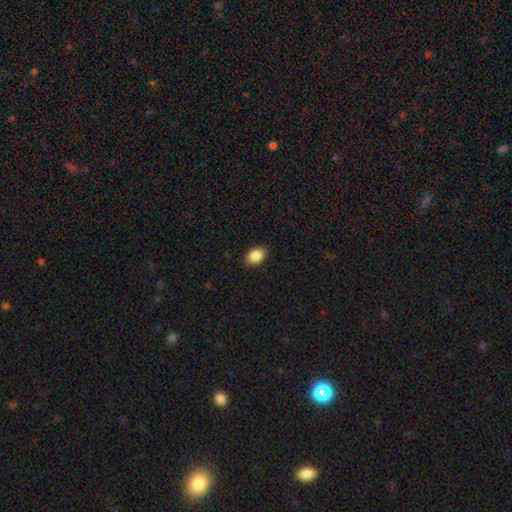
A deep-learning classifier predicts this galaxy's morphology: Overall: smooth (88%). How rounded: in between (76%). Merging: none (88%).